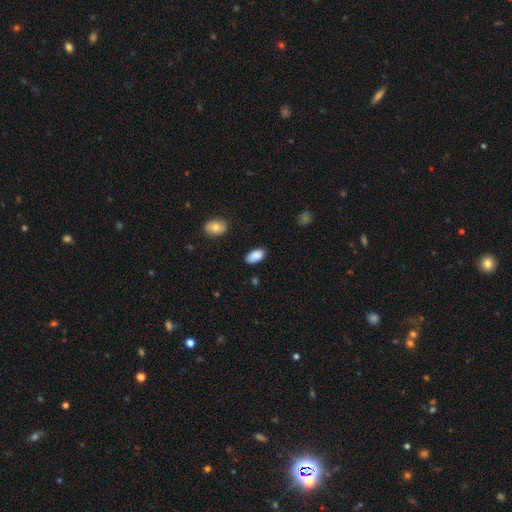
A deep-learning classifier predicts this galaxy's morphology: Smooth or featured? Predicted: smooth (p=0.88). How rounded? Predicted: in between (p=0.95). Merging? Predicted: none (p=0.83).